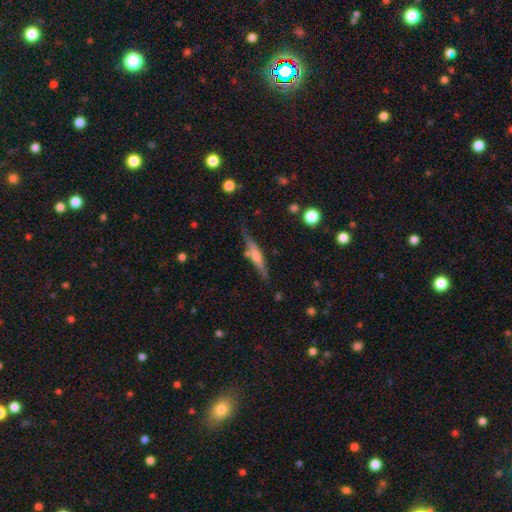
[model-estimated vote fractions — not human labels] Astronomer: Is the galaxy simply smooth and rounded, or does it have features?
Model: featured or disk — 63%.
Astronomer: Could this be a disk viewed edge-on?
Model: yes — 95%.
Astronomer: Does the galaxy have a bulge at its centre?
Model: rounded — 70%.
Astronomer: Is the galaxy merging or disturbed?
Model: none — 78%.